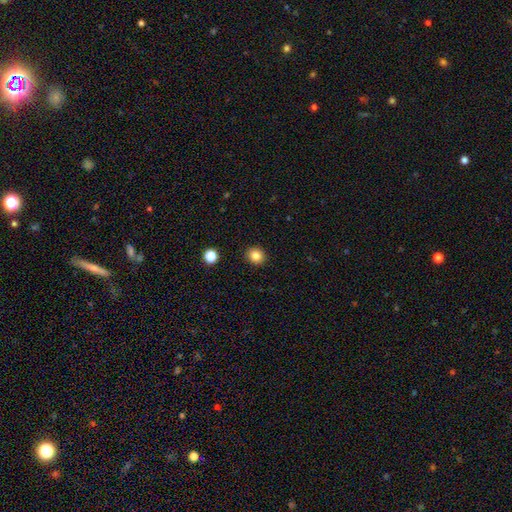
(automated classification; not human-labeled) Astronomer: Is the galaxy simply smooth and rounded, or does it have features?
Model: smooth — 84%.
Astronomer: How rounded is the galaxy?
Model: round — 80%.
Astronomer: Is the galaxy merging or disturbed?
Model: none — 91%.